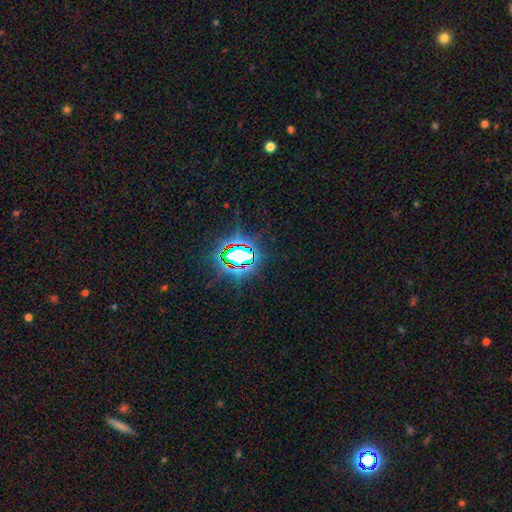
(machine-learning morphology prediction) This is clearly a star or artifact rather than a galaxy (82%).